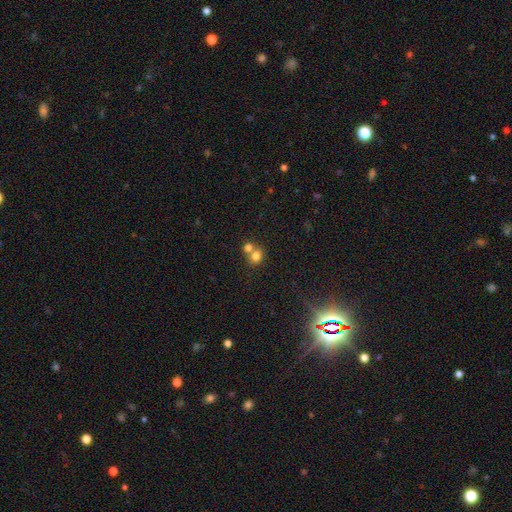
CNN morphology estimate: smooth 77%, star or artifact 12%, featured or disk 11%. Down the decision tree: how rounded — round (66%); merging — merger (56%).